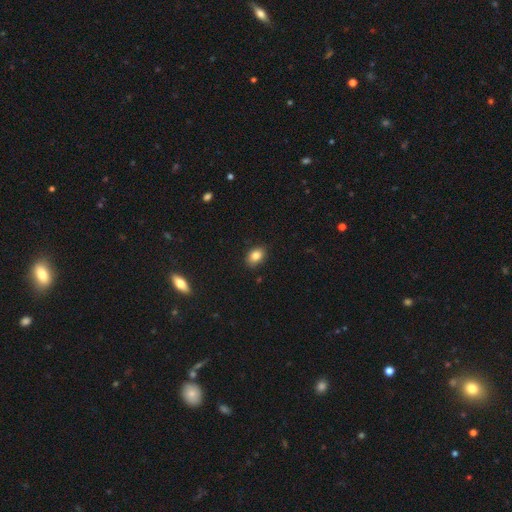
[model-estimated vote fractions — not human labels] Smooth or featured: smooth — 83% (star or artifact — 9%)
How rounded: in between — 77% (round — 22%)
Merging: none — 86% (minor disturbance — 11%)